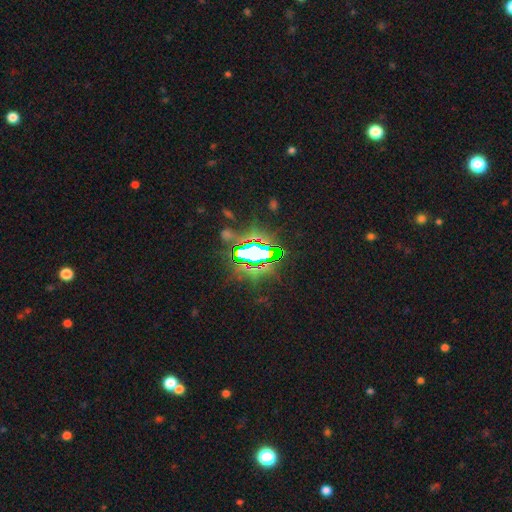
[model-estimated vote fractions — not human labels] Smooth or featured: star or artifact — 75% (smooth — 13%)